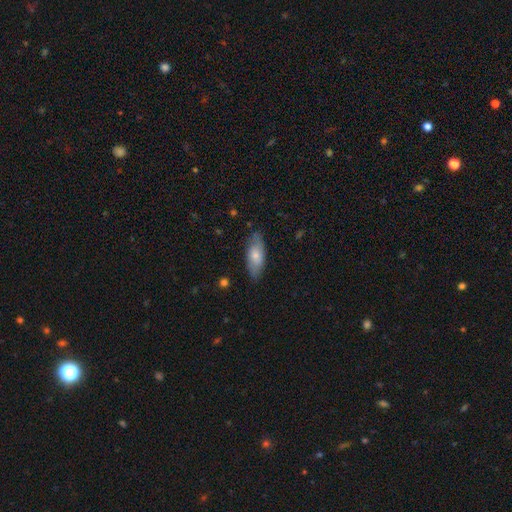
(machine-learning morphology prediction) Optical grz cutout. It shows a smooth galaxy with no disk features (70%) that is in between round and cigar-shaped (80%). Merging: none (81%).